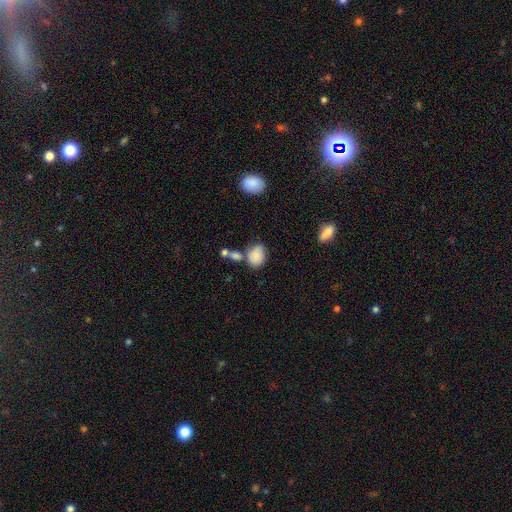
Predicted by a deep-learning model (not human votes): Smooth or featured?
  - smooth: 78% *
  - featured or disk: 13%
  - star or artifact: 9%
How rounded?
  - in between: 62% *
  - round: 36%
  - cigar-shaped: 1%
Merging?
  - none: 50% *
  - minor disturbance: 23%
  - merger: 19%
  - major disturbance: 7%